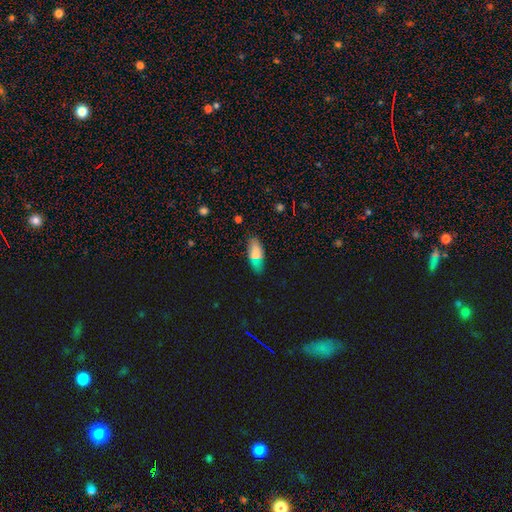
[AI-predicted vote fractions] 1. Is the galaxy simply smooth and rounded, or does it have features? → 74% smooth, 13% star or artifact, 13% featured or disk.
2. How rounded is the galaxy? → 80% in between, 17% cigar-shaped, 4% round.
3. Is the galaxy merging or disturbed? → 83% none, 13% minor disturbance, 3% major disturbance, 2% merger.